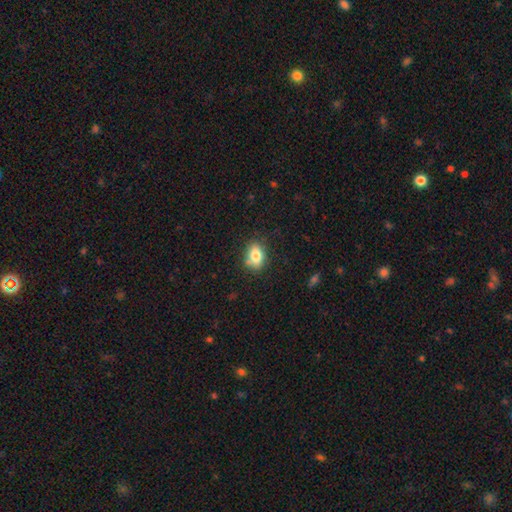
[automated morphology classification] Smooth or featured: smooth — 79% (featured or disk — 12%)
How rounded: in between — 77% (round — 20%)
Merging: none — 76% (minor disturbance — 17%)